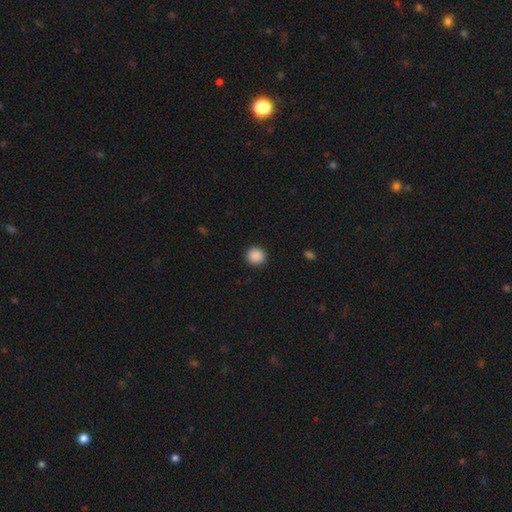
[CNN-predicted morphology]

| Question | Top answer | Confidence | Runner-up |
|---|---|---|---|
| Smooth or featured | smooth | 89% | star or artifact (9%) |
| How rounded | round | 91% | in between (8%) |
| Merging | none | 92% | minor disturbance (5%) |